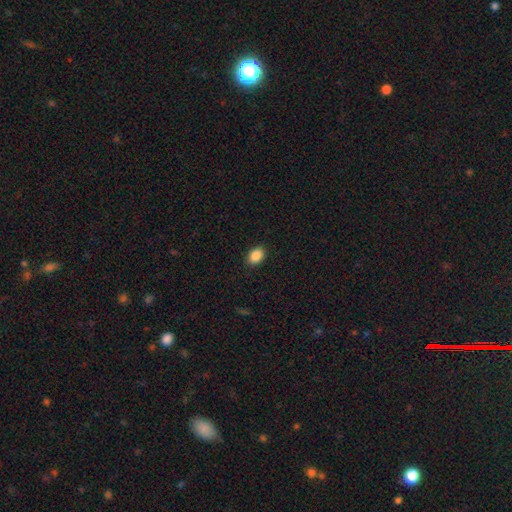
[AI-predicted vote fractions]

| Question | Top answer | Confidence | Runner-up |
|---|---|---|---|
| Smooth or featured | smooth | 89% | star or artifact (8%) |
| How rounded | in between | 83% | round (16%) |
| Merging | none | 90% | minor disturbance (8%) |